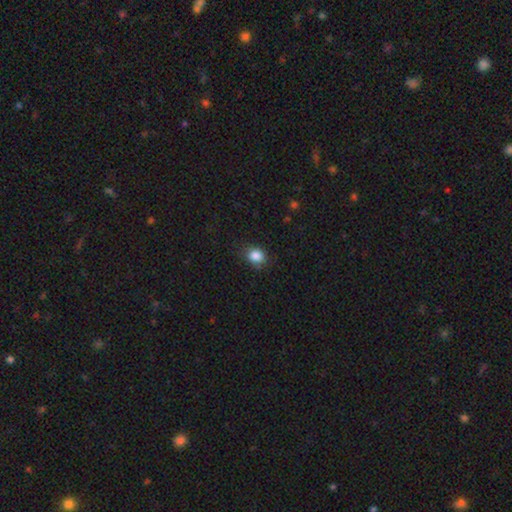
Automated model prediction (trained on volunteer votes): Smooth or featured?
  - smooth: 86% *
  - star or artifact: 10%
  - featured or disk: 4%
How rounded?
  - round: 62% *
  - in between: 37%
  - cigar-shaped: 1%
Merging?
  - none: 78% *
  - minor disturbance: 17%
  - major disturbance: 4%
  - merger: 1%